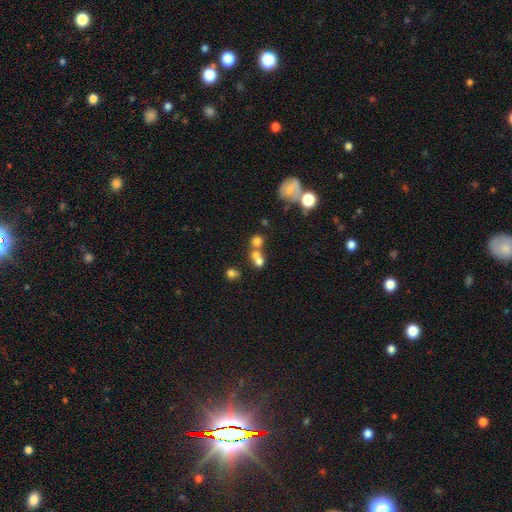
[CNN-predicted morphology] Q: Smooth or featured?
A: smooth (48%); runner-up: star or artifact (37%)
Q: Merging?
A: none (46%); runner-up: merger (38%)